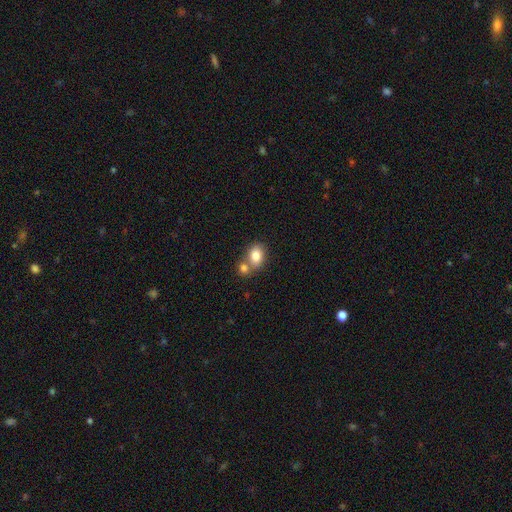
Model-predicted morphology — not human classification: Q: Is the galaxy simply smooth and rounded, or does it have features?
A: smooth — 81%.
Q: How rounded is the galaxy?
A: in between — 62%.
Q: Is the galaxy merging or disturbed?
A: merger — 44%.